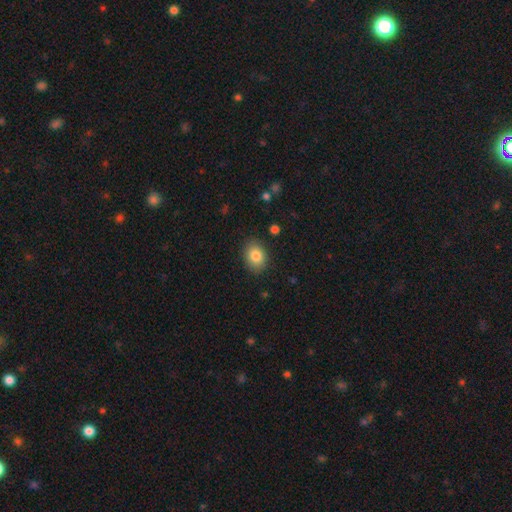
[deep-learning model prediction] smooth 83%, star or artifact 8%, featured or disk 8%. Down the decision tree: how rounded — in between (66%); merging — none (87%).